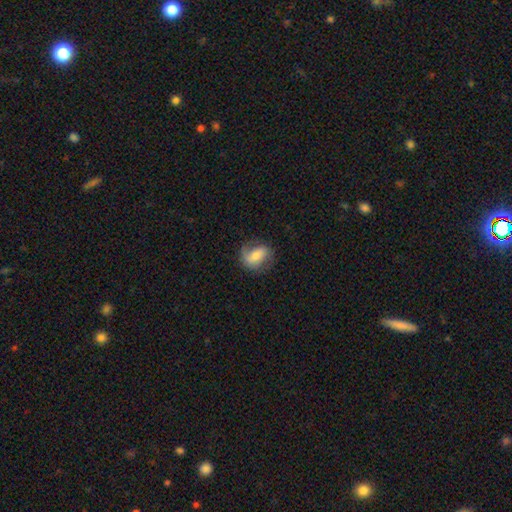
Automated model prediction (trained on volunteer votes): Smooth or featured? Predicted: featured or disk (p=0.47). Merging? Predicted: none (p=0.72).